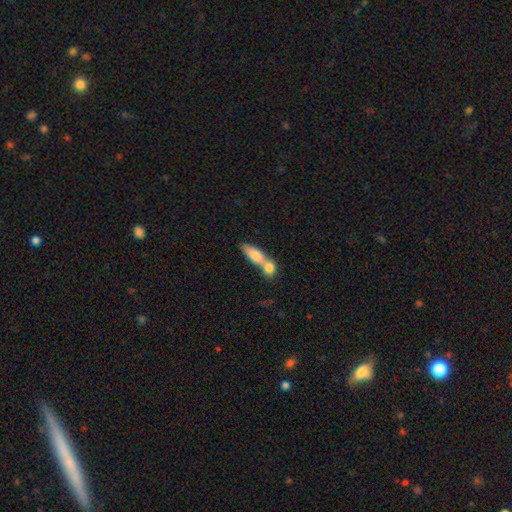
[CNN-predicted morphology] Smooth or featured?
  - smooth: 75% *
  - featured or disk: 18%
  - star or artifact: 7%
How rounded?
  - in between: 63% *
  - cigar-shaped: 31%
  - round: 7%
Merging?
  - merger: 68% *
  - none: 22%
  - minor disturbance: 7%
  - major disturbance: 4%